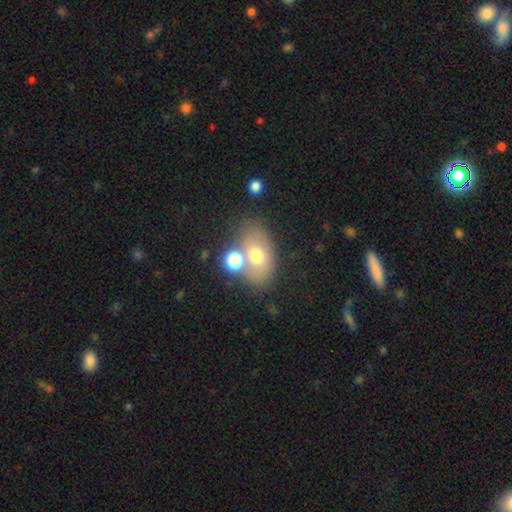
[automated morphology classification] A smooth galaxy with no disk features (65%) that is in between round and cigar-shaped (78%).

Vote fractions:
- Smooth or featured? smooth: 65% / featured or disk: 23% / star or artifact: 12%
- How rounded? in between: 78% / round: 20% / cigar-shaped: 1%
- Merging? none: 51% / merger: 29% / minor disturbance: 14% / major disturbance: 7%